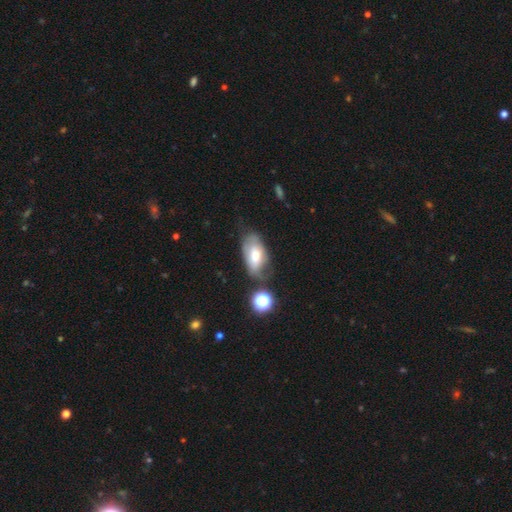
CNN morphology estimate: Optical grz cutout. It shows a smooth galaxy with no disk features (61%) that is in between round and cigar-shaped (91%). Merging: none (49%).